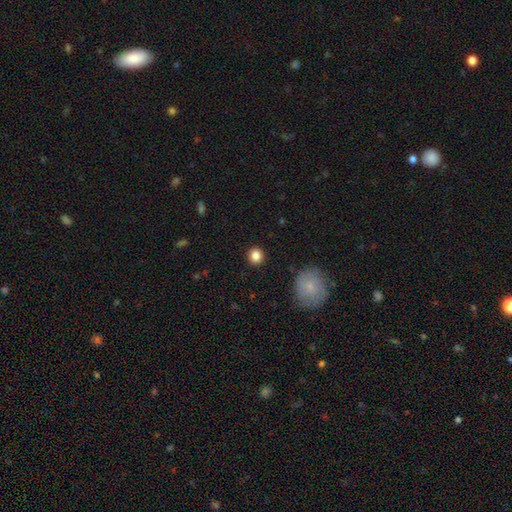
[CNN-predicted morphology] Smooth or featured? Predicted: smooth (p=0.86). How rounded? Predicted: round (p=0.89). Merging? Predicted: none (p=0.91).